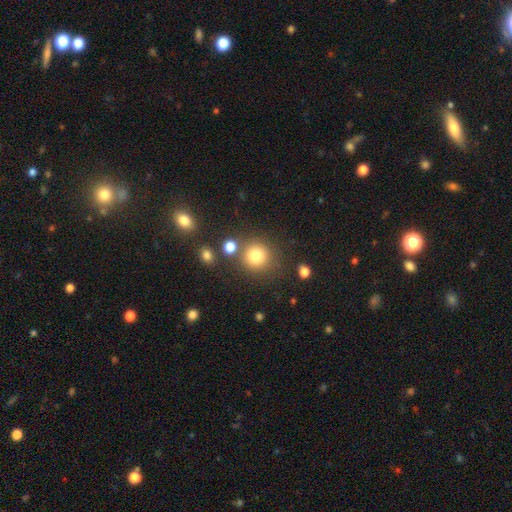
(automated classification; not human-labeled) Smooth or featured? smooth (79%)
How rounded? round (92%)
Merging? none (75%)